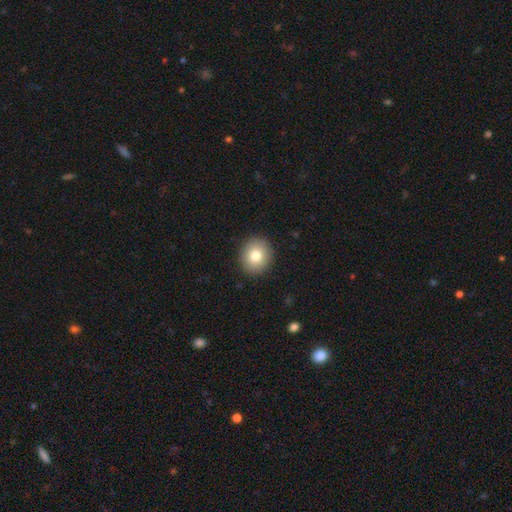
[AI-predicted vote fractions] Smooth or featured? Predicted: smooth (p=0.80). How rounded? Predicted: round (p=0.81). Merging? Predicted: none (p=0.91).